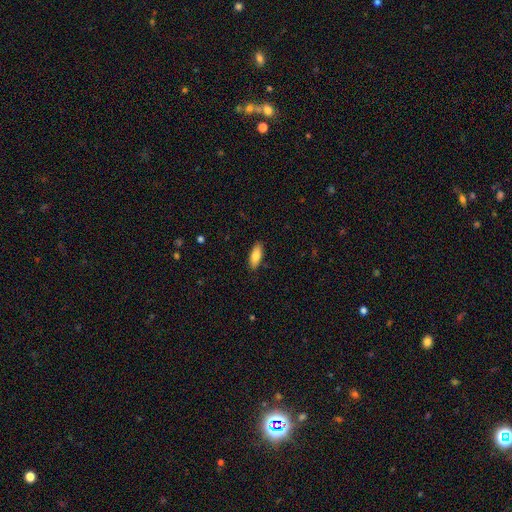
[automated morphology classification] Q: Smooth or featured?
A: smooth (81%); runner-up: featured or disk (12%)
Q: How rounded?
A: in between (76%); runner-up: cigar-shaped (22%)
Q: Merging?
A: none (88%); runner-up: minor disturbance (9%)